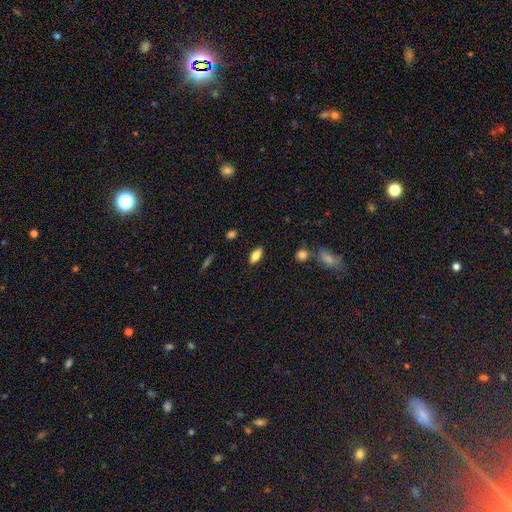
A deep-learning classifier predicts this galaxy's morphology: type=smooth (75%); roundness=in between (81%); merging=none (86%).